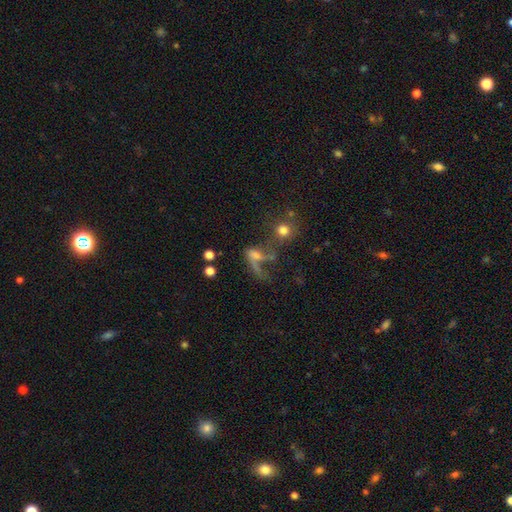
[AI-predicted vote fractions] Smooth or featured?
  - smooth: 40% * (tied)
  - featured or disk: 40% * (tied)
  - star or artifact: 20%
Merging?
  - major disturbance: 36% *
  - merger: 29%
  - none: 23%
  - minor disturbance: 12%